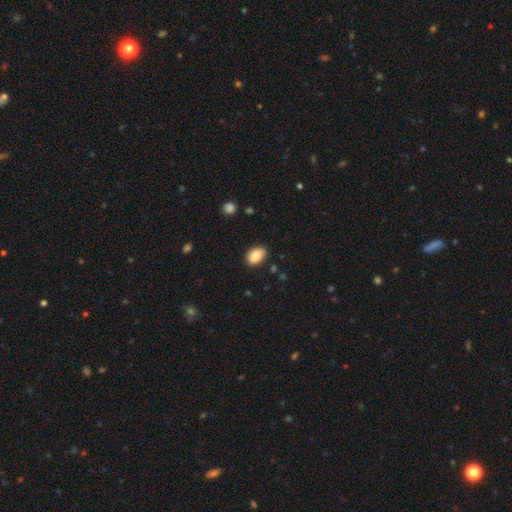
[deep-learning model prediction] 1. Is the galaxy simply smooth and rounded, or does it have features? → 86% smooth, 7% star or artifact, 6% featured or disk.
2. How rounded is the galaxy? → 85% in between, 14% round, 1% cigar-shaped.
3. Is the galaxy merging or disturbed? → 84% none, 12% minor disturbance, 2% major disturbance, 1% merger.